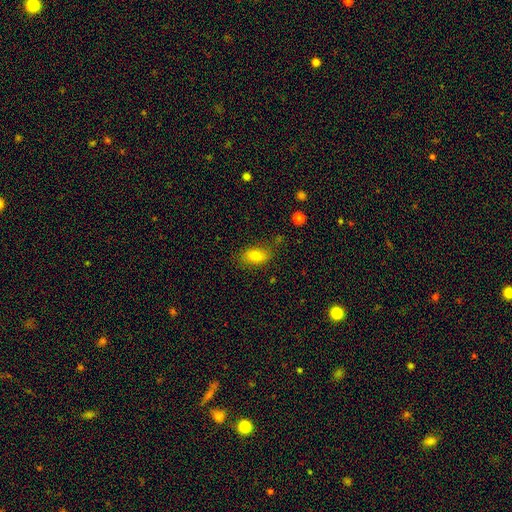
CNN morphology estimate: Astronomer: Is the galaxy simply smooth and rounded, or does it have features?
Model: smooth — 80%.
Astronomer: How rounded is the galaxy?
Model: in between — 89%.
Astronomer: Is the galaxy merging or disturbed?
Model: none — 74%.